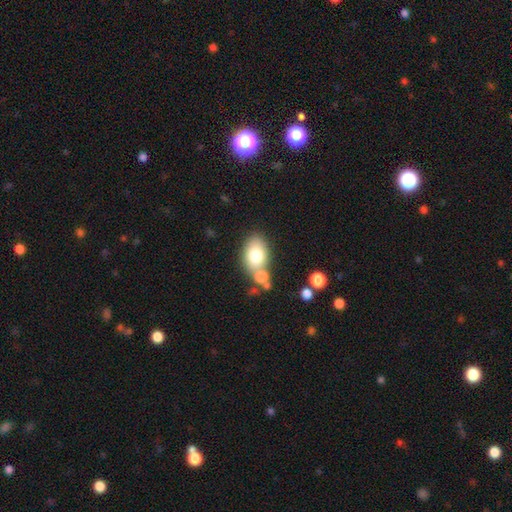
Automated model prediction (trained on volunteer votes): smooth_or_featured: smooth (p=0.75) [alt: featured or disk p=0.17]
how_rounded: in between (p=0.82) [alt: round p=0.17]
merging: none (p=0.57) [alt: merger p=0.25]